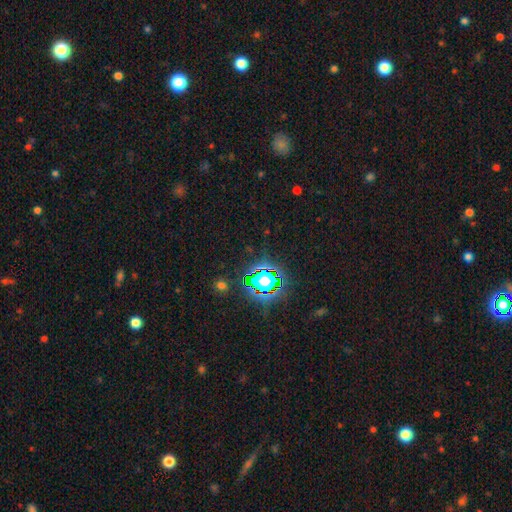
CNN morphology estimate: Smooth or featured?
  - star or artifact: 78% *
  - smooth: 15%
  - featured or disk: 7%